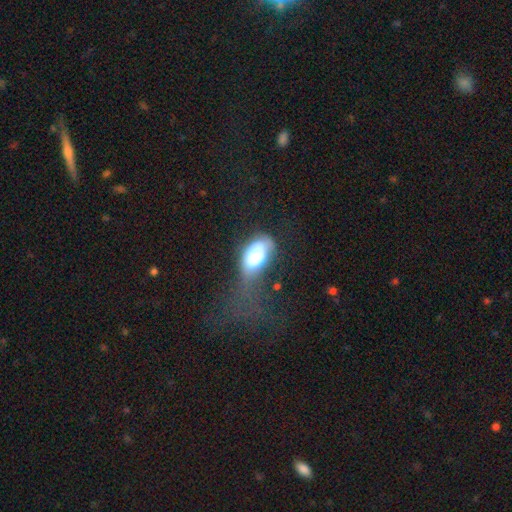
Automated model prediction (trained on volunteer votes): A smooth galaxy with no disk features (70%) that is in between round and cigar-shaped (91%). Merging: major disturbance (42%).